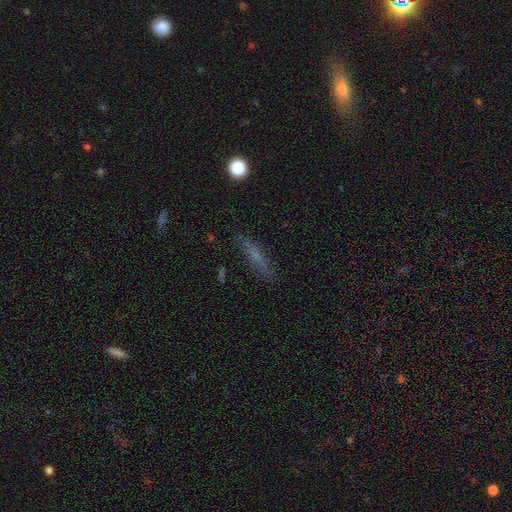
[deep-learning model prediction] Smooth or featured?
  - smooth: 53% *
  - featured or disk: 33%
  - star or artifact: 14%
How rounded?
  - cigar-shaped: 85% *
  - in between: 12%
  - round: 3%
Merging?
  - none: 82% *
  - minor disturbance: 12%
  - major disturbance: 4%
  - merger: 2%